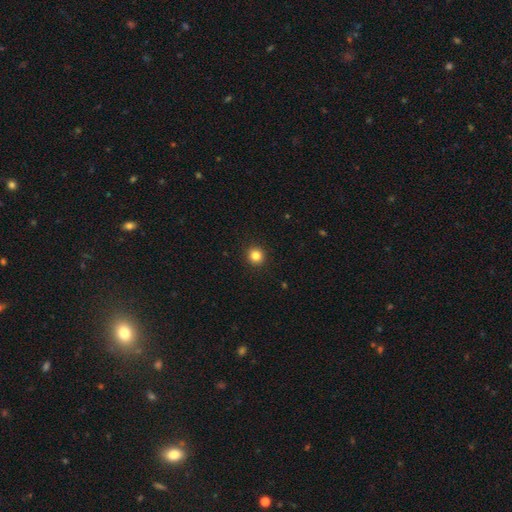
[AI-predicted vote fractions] The model was most divided on "smooth or featured": smooth: 83%, star or artifact: 12%, featured or disk: 5%. More confident: how rounded — round (93%); merging — none (93%).